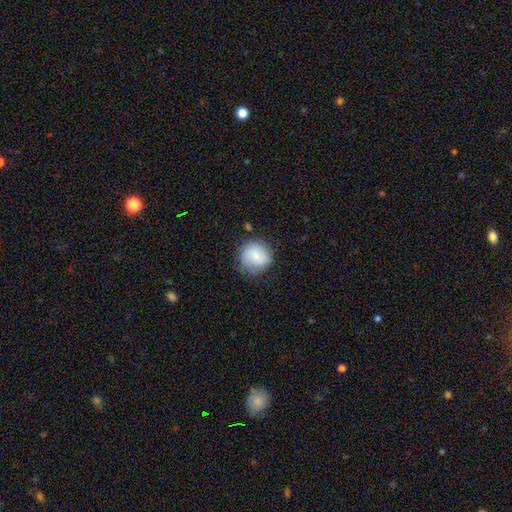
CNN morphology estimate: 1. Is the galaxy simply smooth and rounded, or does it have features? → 77% smooth, 15% featured or disk, 7% star or artifact.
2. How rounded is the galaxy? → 88% round, 11% in between, 1% cigar-shaped.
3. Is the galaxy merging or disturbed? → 70% none, 21% minor disturbance, 7% major disturbance, 2% merger.